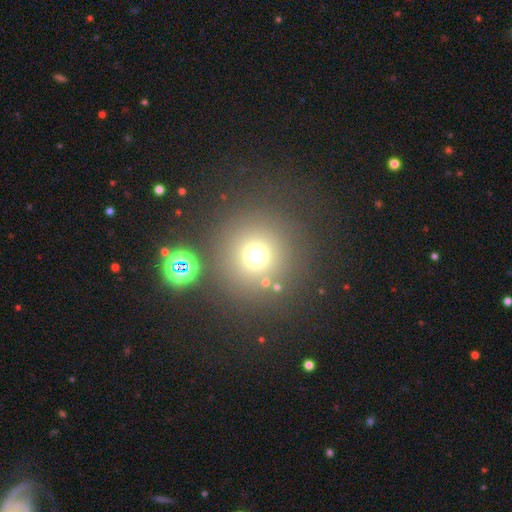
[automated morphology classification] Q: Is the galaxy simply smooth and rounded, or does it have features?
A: smooth — 68%.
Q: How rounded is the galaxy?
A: round — 94%.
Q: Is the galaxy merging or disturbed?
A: none — 80%.